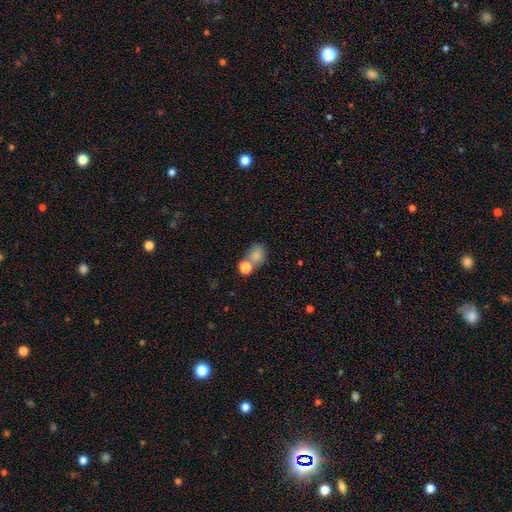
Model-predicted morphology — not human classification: smooth 79%, star or artifact 11%, featured or disk 11%. Down the decision tree: how rounded — round (50%); merging — merger (41%).